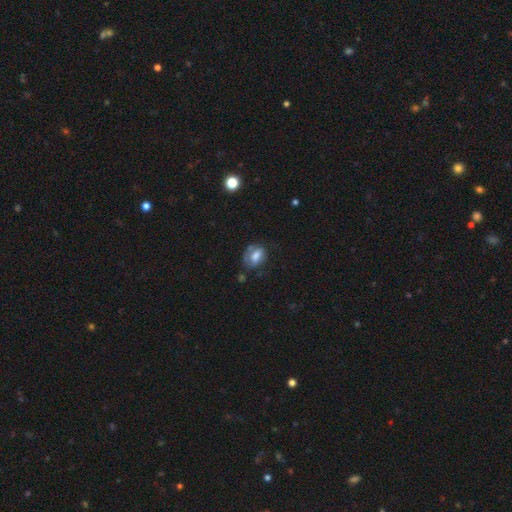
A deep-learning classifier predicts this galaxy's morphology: This appears to be a smooth galaxy with no disk features (62%) that is in between round and cigar-shaped (74%). Merging: none (51%).